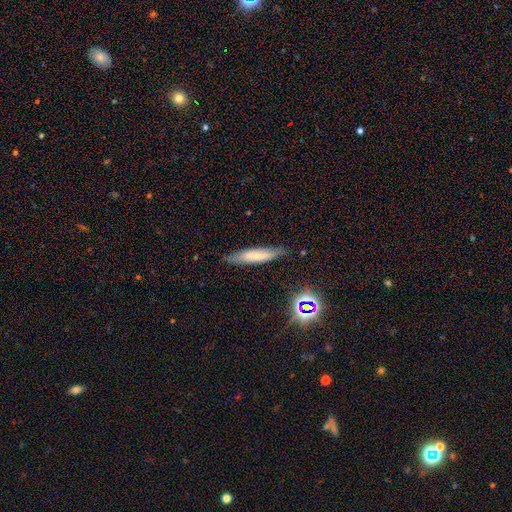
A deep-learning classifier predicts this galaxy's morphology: type=smooth (64%); roundness=cigar-shaped (83%); merging=none (80%).